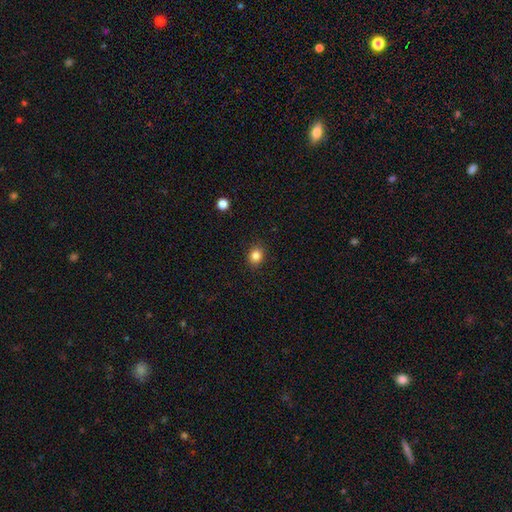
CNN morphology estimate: Smooth or featured: smooth — 84% (star or artifact — 11%)
How rounded: round — 60% (in between — 39%)
Merging: none — 90% (minor disturbance — 7%)